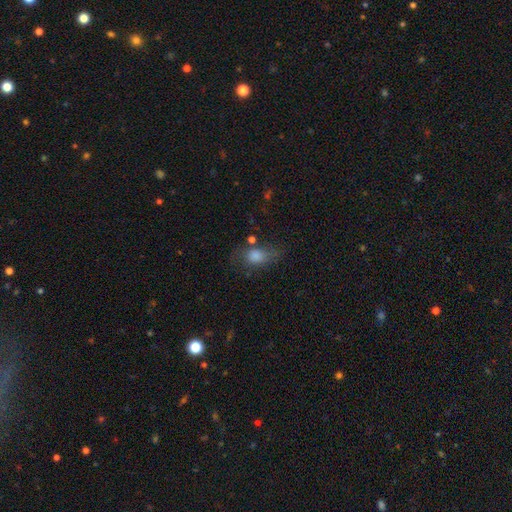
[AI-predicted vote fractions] Smooth or featured?
  - smooth: 65% *
  - featured or disk: 19%
  - star or artifact: 15%
How rounded?
  - in between: 69% *
  - round: 24%
  - cigar-shaped: 7%
Merging?
  - none: 54% *
  - minor disturbance: 24%
  - major disturbance: 16%
  - merger: 6%